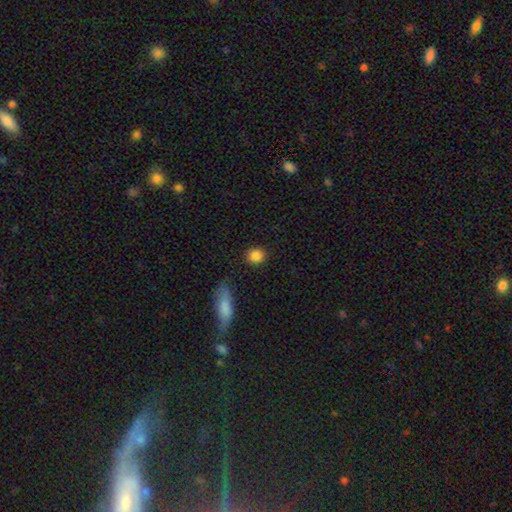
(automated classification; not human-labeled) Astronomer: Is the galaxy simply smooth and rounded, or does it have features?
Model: smooth — 86%.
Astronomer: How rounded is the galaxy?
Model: round — 80%.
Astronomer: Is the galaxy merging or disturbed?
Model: none — 87%.